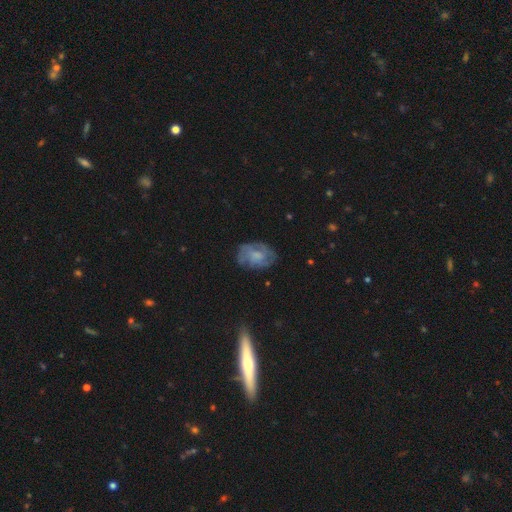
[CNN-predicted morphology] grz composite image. It shows a featured or disk galaxy (51%). Merging: none (66%).